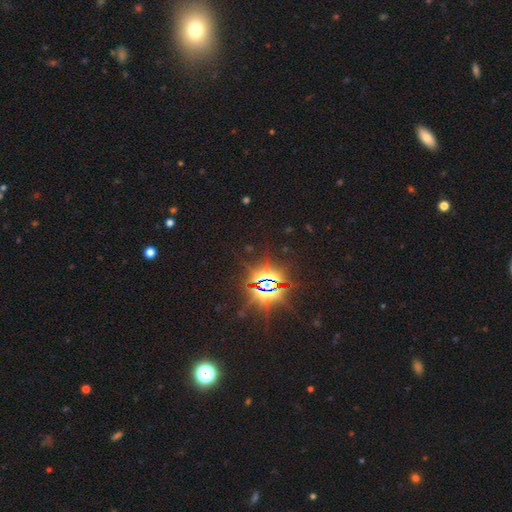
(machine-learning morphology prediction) Smooth or featured?
  - star or artifact: 84% *
  - smooth: 9%
  - featured or disk: 7%